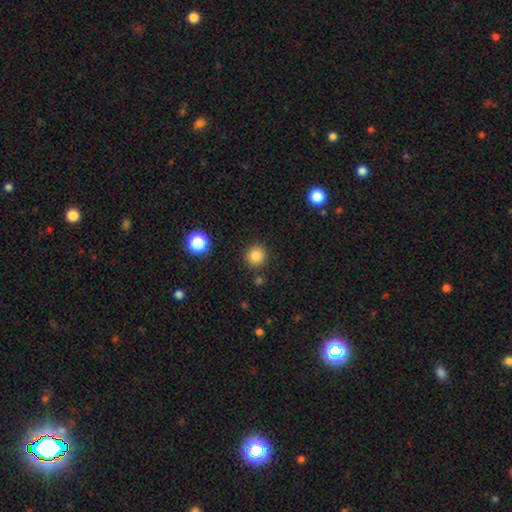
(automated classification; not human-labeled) This appears to be a smooth galaxy with no disk features (84%) that is round (93%). Merging: none (89%).